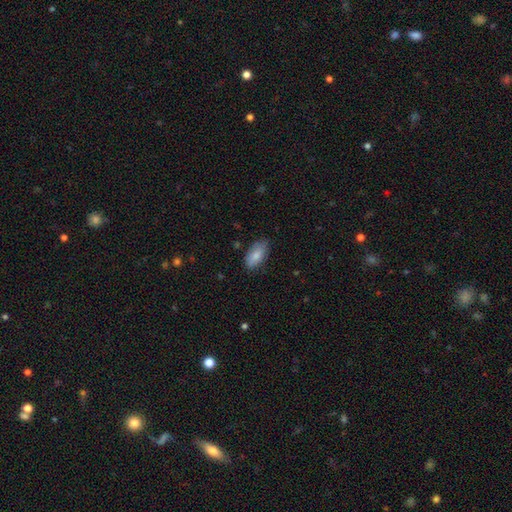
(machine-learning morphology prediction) This appears to be a smooth galaxy with no disk features (83%) that is in between round and cigar-shaped (90%). Merging: none (75%).